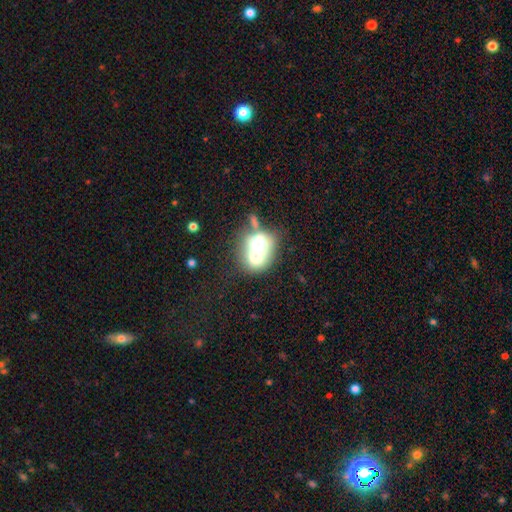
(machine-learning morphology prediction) Overall: smooth (59%; featured or disk 30%). How rounded: round (61%; in between 38%). Merging: merger (64%).